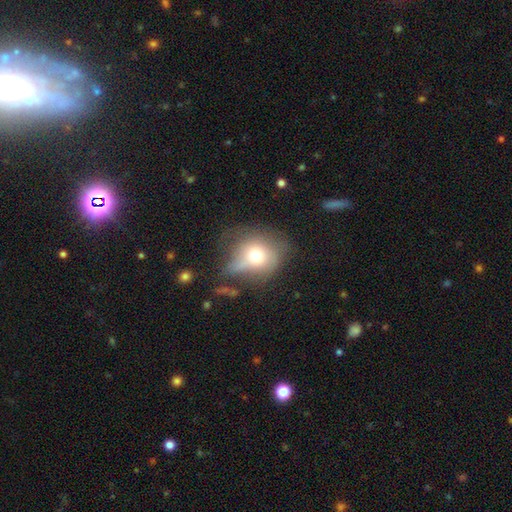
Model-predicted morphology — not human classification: Q: Smooth or featured?
A: smooth (64%); runner-up: featured or disk (23%)
Q: How rounded?
A: round (71%); runner-up: in between (28%)
Q: Merging?
A: none (43%); runner-up: minor disturbance (28%)